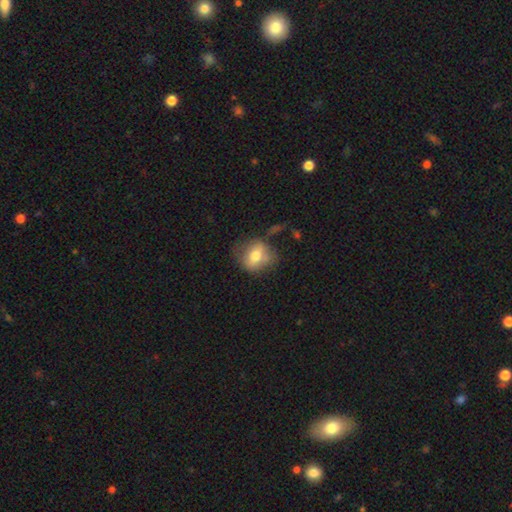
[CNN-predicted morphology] Smooth or featured? smooth (66%)
How rounded? round (58%)
Merging? none (56%)